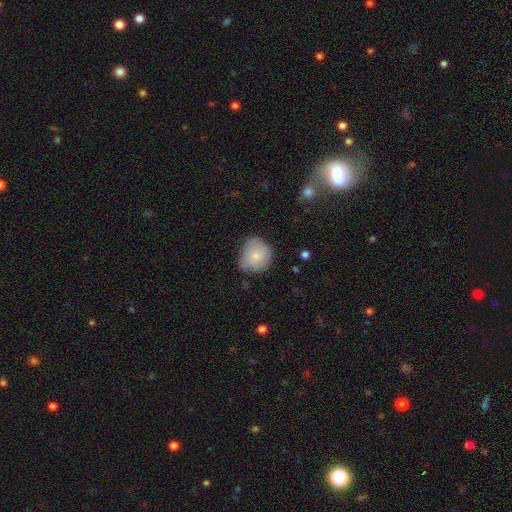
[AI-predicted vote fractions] A smooth galaxy with no disk features (67%) that is round (75%).

Vote fractions:
- Smooth or featured? smooth: 67% / featured or disk: 26% / star or artifact: 7%
- How rounded? round: 75% / in between: 24% / cigar-shaped: 1%
- Merging? none: 55% / minor disturbance: 35% / major disturbance: 8% / merger: 2%